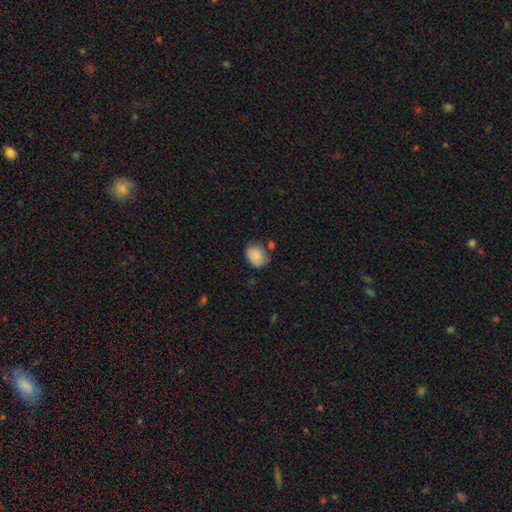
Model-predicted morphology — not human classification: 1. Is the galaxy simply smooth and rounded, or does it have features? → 84% smooth, 8% featured or disk, 8% star or artifact.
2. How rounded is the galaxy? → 53% round, 46% in between, 1% cigar-shaped.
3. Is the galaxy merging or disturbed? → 58% none, 27% minor disturbance, 8% merger, 7% major disturbance.